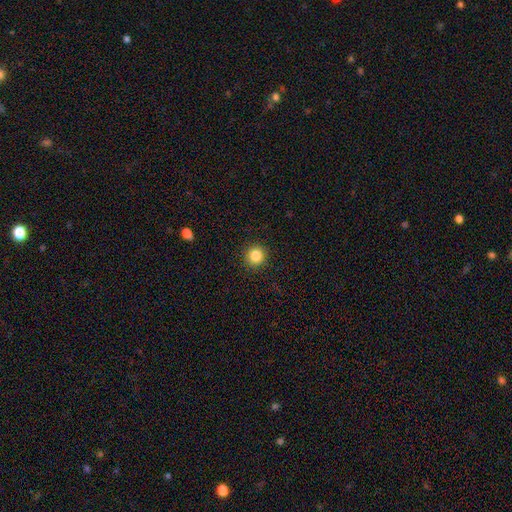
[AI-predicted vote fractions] Smooth or featured? Predicted: smooth (p=0.85). How rounded? Predicted: round (p=0.94). Merging? Predicted: none (p=0.92).